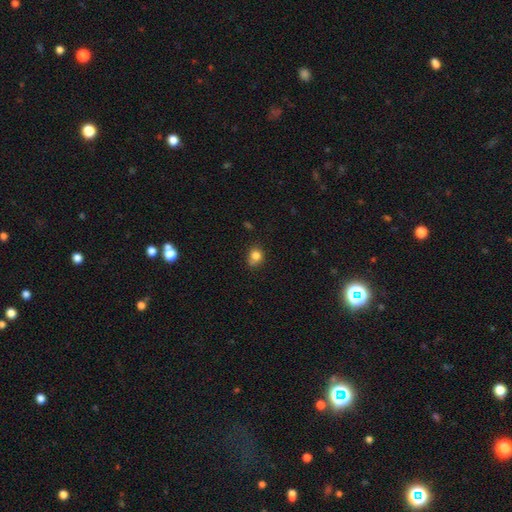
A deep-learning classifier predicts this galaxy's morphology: Smooth or featured? smooth (81%)
How rounded? round (68%)
Merging? none (62%)